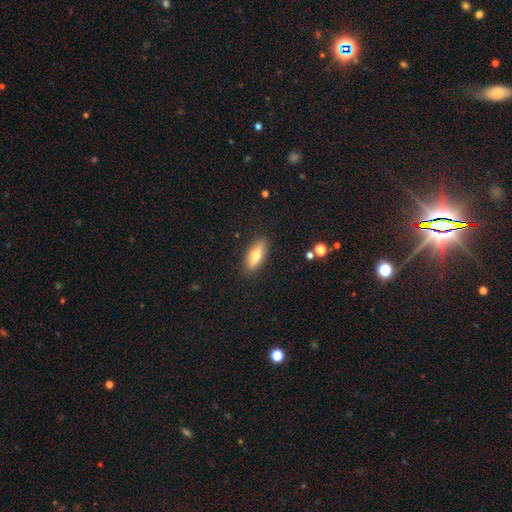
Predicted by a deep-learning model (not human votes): Smooth or featured?
  - smooth: 63% *
  - featured or disk: 30%
  - star or artifact: 7%
How rounded?
  - in between: 60% *
  - cigar-shaped: 38%
  - round: 3%
Merging?
  - none: 88% *
  - minor disturbance: 9%
  - major disturbance: 2%
  - merger: 1%